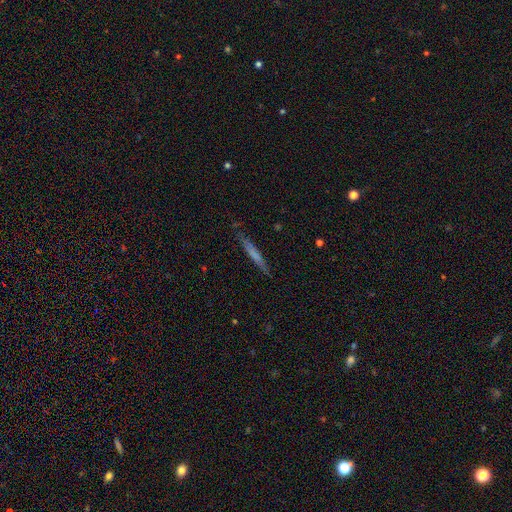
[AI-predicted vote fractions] smooth-or-featured: smooth: 50% | featured or disk: 43% | star or artifact: 7%
  merging: none: 87% | minor disturbance: 10% | major disturbance: 2% | merger: 1%